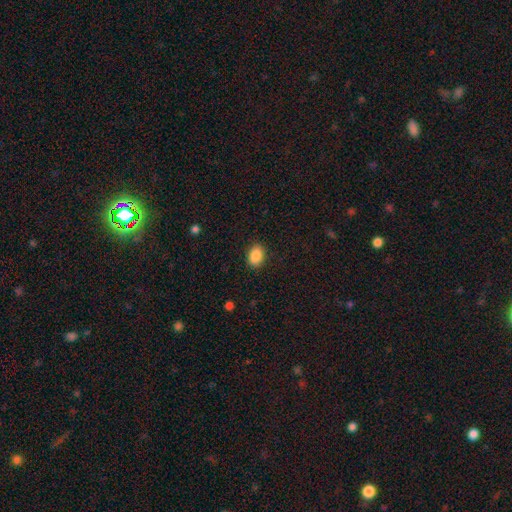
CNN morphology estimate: Q: Smooth or featured?
A: smooth (88%); runner-up: star or artifact (8%)
Q: How rounded?
A: in between (80%); runner-up: round (19%)
Q: Merging?
A: none (89%); runner-up: minor disturbance (8%)